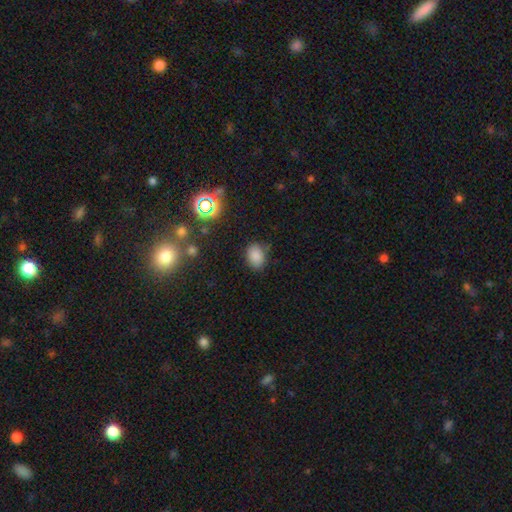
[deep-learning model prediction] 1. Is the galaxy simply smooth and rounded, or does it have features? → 80% smooth, 14% star or artifact, 6% featured or disk.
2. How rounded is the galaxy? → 73% in between, 26% round, 1% cigar-shaped.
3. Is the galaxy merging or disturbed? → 77% none, 17% minor disturbance, 4% major disturbance, 2% merger.